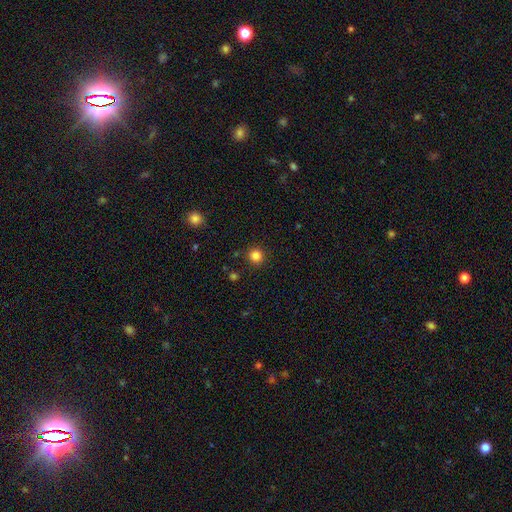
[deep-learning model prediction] Q: Smooth or featured?
A: smooth (84%); runner-up: star or artifact (13%)
Q: How rounded?
A: round (93%); runner-up: in between (6%)
Q: Merging?
A: none (90%); runner-up: minor disturbance (6%)